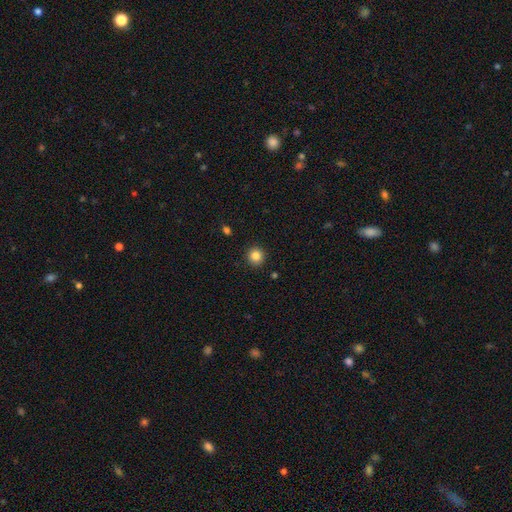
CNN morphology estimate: smooth_or_featured: smooth (p=0.84) [alt: star or artifact p=0.11]
how_rounded: round (p=0.94) [alt: in between p=0.05]
merging: none (p=0.92) [alt: minor disturbance p=0.05]